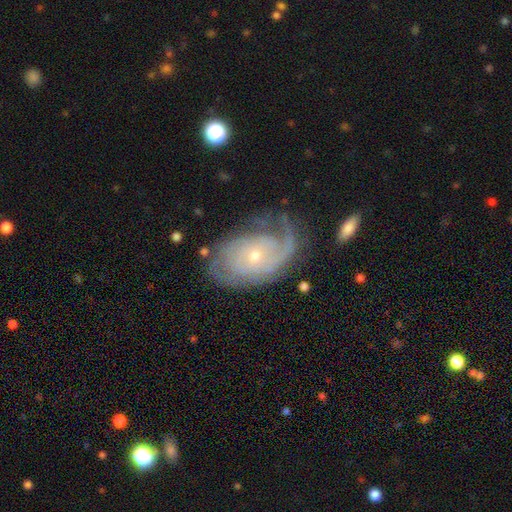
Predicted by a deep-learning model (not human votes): smooth_or_featured: featured or disk (p=0.82) [alt: smooth p=0.12]
disk_edge_on: no (p=0.96) [alt: yes p=0.04]
bar: no (p=0.77) [alt: weak p=0.19]
has_spiral_arms: yes (p=0.92) [alt: no p=0.08]
spiral_winding: tight (p=0.57) [alt: medium p=0.30]
spiral_arm_count: can't tell (p=0.34) [alt: 2 p=0.29]
bulge_size: small (p=0.73) [alt: moderate p=0.23]
merging: none (p=0.59) [alt: minor disturbance p=0.23]